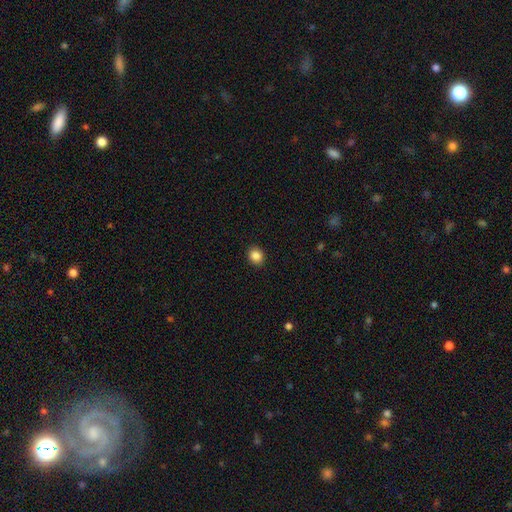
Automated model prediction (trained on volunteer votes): A smooth galaxy with no disk features (86%) that is round (68%).

Vote fractions:
- Smooth or featured? smooth: 86% / star or artifact: 10% / featured or disk: 4%
- How rounded? round: 68% / in between: 31% / cigar-shaped: 1%
- Merging? none: 91% / minor disturbance: 6% / major disturbance: 2% / merger: 1%